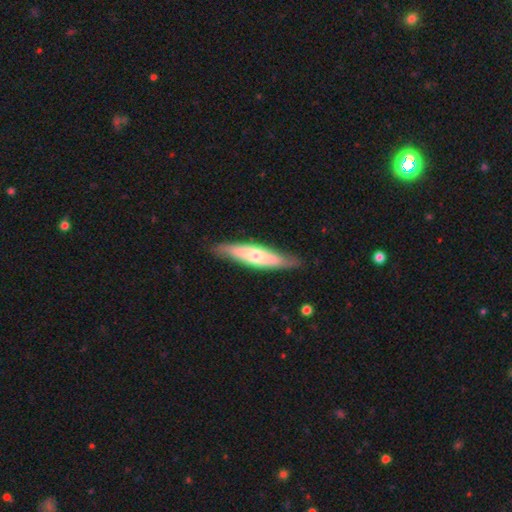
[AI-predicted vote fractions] Smooth or featured?
  - featured or disk: 51% *
  - smooth: 44%
  - star or artifact: 5%
Edge-on disk?
  - yes: 63% *
  - no: 37%
Merging?
  - none: 83% *
  - minor disturbance: 13%
  - major disturbance: 3%
  - merger: 1%